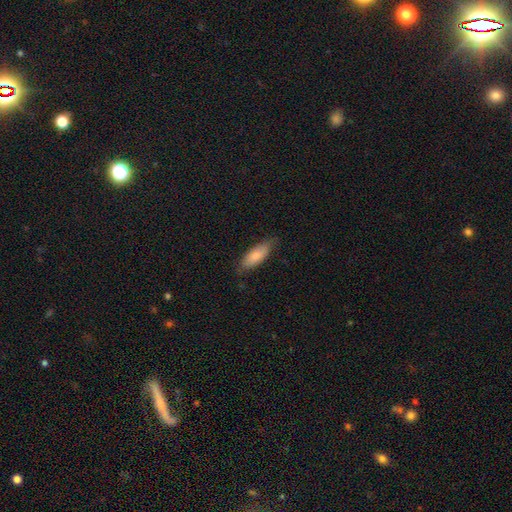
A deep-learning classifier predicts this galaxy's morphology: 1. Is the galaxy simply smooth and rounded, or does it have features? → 81% smooth, 14% featured or disk, 6% star or artifact.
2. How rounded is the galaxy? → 72% in between, 27% cigar-shaped, 2% round.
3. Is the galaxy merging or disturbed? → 77% none, 19% minor disturbance, 3% major disturbance, 1% merger.